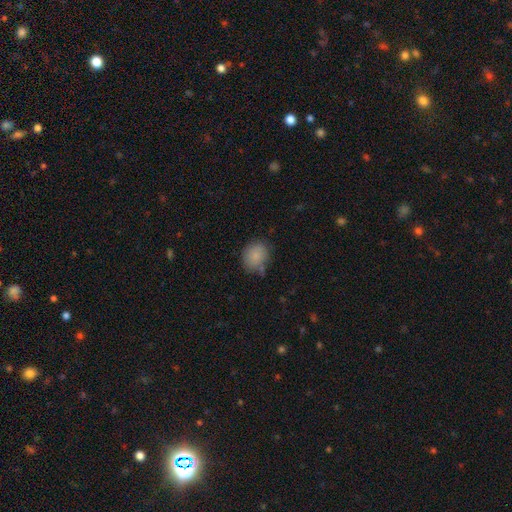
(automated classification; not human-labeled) Morphology: type=smooth (85%); roundness=round (60%); merging=none (68%).